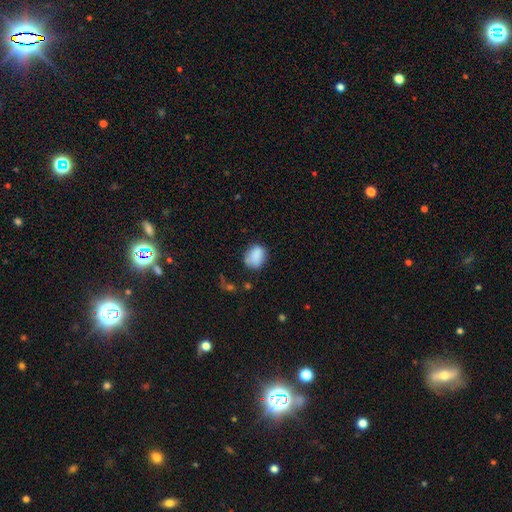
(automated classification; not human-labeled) Smooth or featured? smooth (83%)
How rounded? round (50%)
Merging? none (64%)